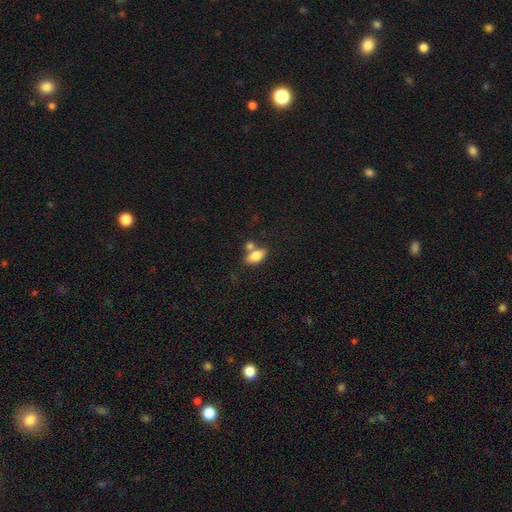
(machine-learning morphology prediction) Overall: smooth (79%). How rounded: in between (87%). Merging: none (55%; merger 28%).